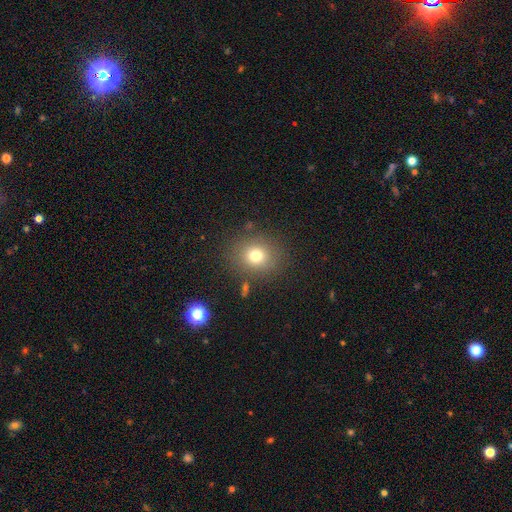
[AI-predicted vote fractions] Overall: smooth (75%). How rounded: round (80%). Merging: none (84%).